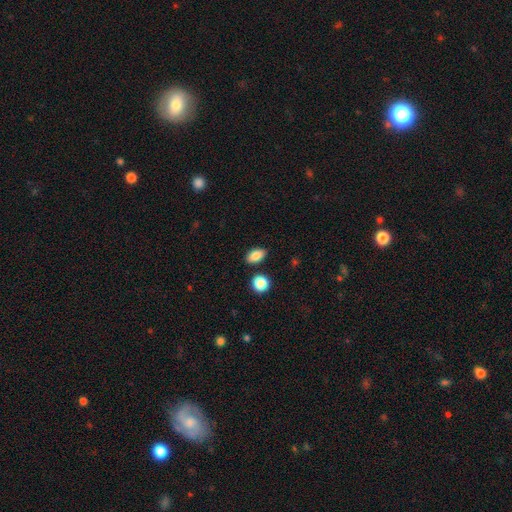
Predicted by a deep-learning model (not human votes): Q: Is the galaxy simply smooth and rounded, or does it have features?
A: smooth — 86%.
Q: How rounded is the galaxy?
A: in between — 86%.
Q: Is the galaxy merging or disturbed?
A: none — 83%.